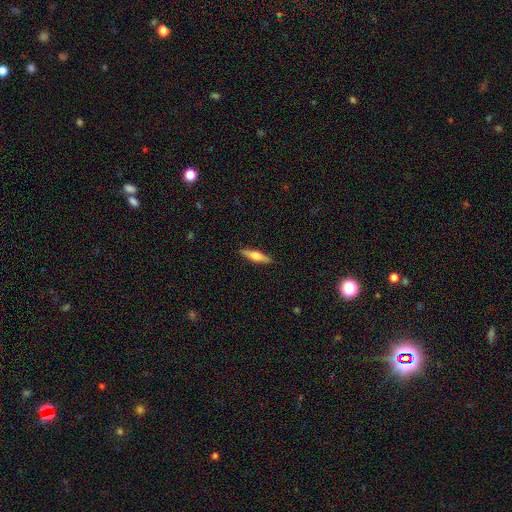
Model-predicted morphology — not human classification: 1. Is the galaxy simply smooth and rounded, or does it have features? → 48% smooth, 46% featured or disk, 6% star or artifact.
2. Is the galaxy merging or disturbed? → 90% none, 8% minor disturbance, 2% major disturbance, 1% merger.